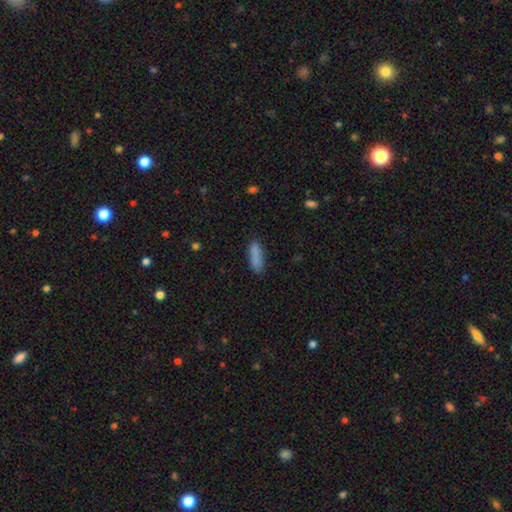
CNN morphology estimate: Smooth or featured? Predicted: smooth (p=0.85). How rounded? Predicted: in between (p=0.50). Merging? Predicted: none (p=0.76).